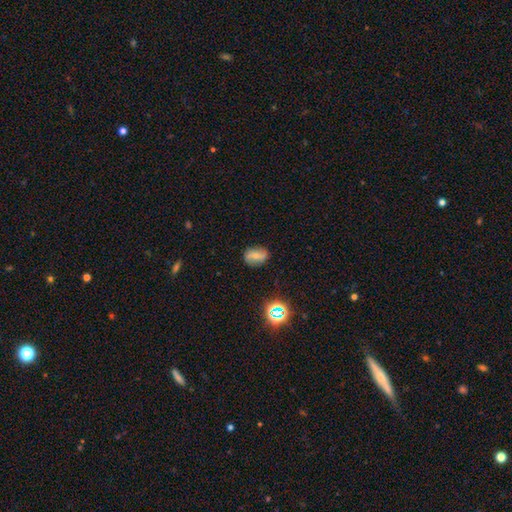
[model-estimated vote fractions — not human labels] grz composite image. It shows a smooth galaxy with no disk features (53%) that is in between round and cigar-shaped (73%). Merging: none (80%).